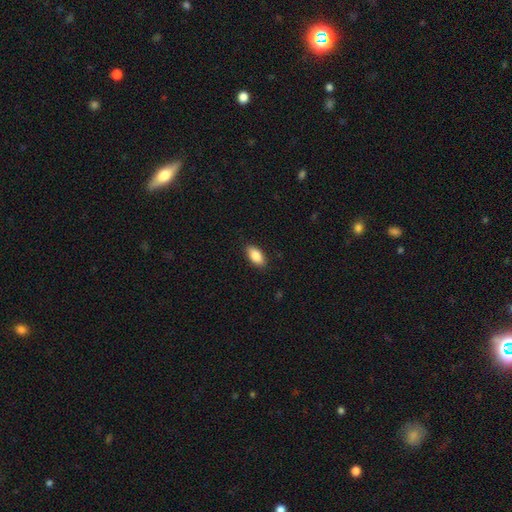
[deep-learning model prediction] Smooth or featured: smooth — 87% (star or artifact — 7%)
How rounded: in between — 91% (cigar-shaped — 6%)
Merging: none — 88% (minor disturbance — 9%)